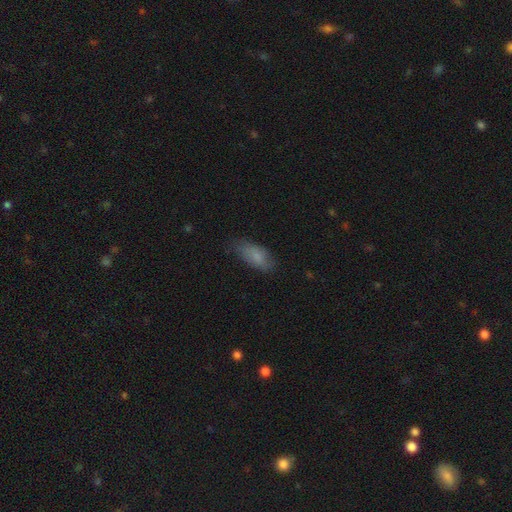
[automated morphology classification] Smooth or featured: smooth — 80% (featured or disk — 12%)
How rounded: in between — 86% (cigar-shaped — 12%)
Merging: none — 70% (minor disturbance — 23%)